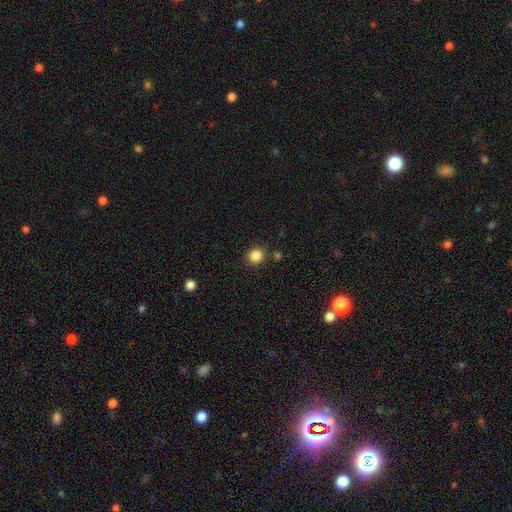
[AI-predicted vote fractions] Smooth or featured: smooth — 85% (star or artifact — 11%)
How rounded: round — 89% (in between — 10%)
Merging: none — 86% (minor disturbance — 7%)